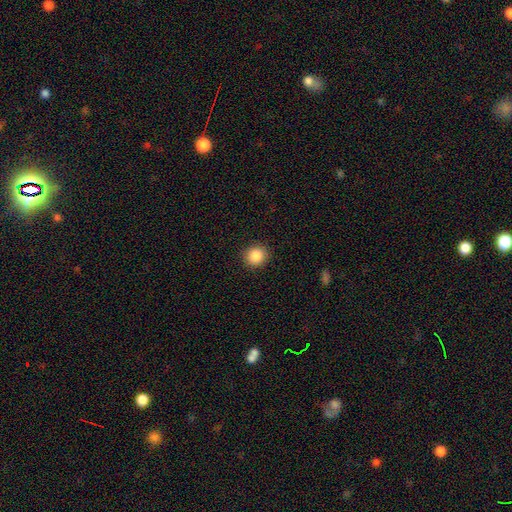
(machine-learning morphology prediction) Smooth or featured: smooth — 87% (star or artifact — 9%)
How rounded: round — 87% (in between — 12%)
Merging: none — 91% (minor disturbance — 6%)